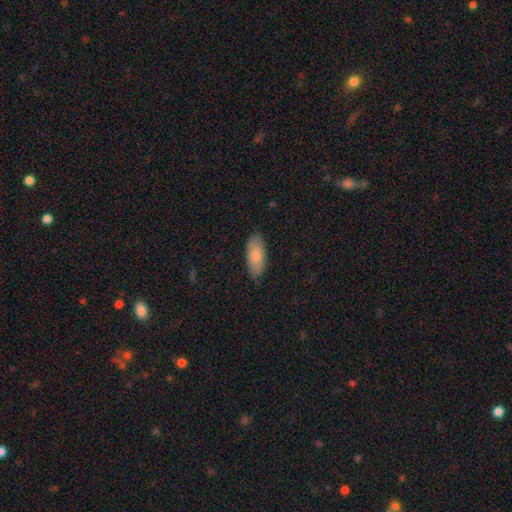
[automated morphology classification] Smooth or featured?
  - smooth: 84% *
  - featured or disk: 10%
  - star or artifact: 6%
How rounded?
  - in between: 86% *
  - cigar-shaped: 12%
  - round: 2%
Merging?
  - none: 84% *
  - minor disturbance: 12%
  - major disturbance: 2%
  - merger: 1%